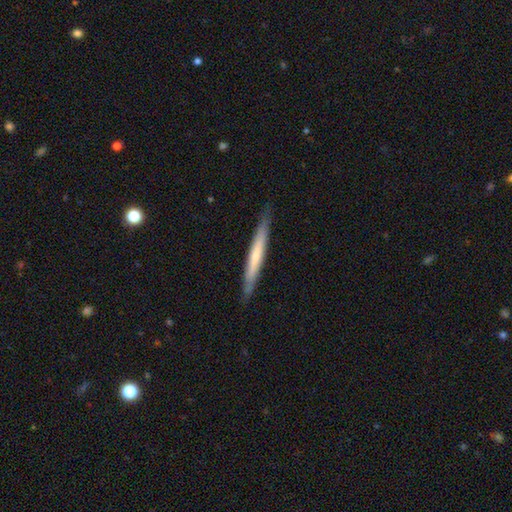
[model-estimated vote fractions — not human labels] Smooth or featured? Predicted: smooth (p=0.50). Merging? Predicted: none (p=0.87).